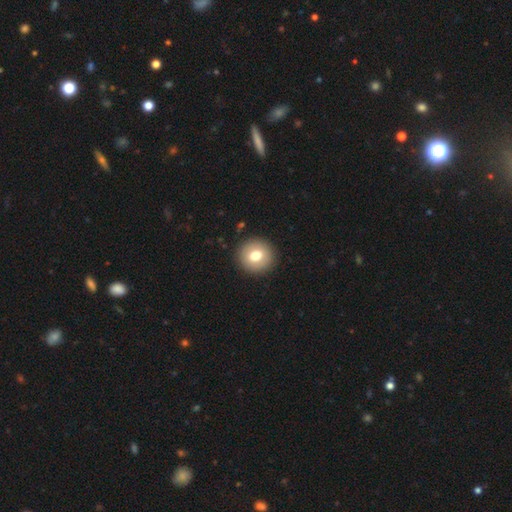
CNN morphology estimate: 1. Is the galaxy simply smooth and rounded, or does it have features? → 73% smooth, 18% featured or disk, 9% star or artifact.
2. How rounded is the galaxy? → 92% round, 7% in between, 1% cigar-shaped.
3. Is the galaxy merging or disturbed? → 92% none, 5% minor disturbance, 2% major disturbance, 1% merger.